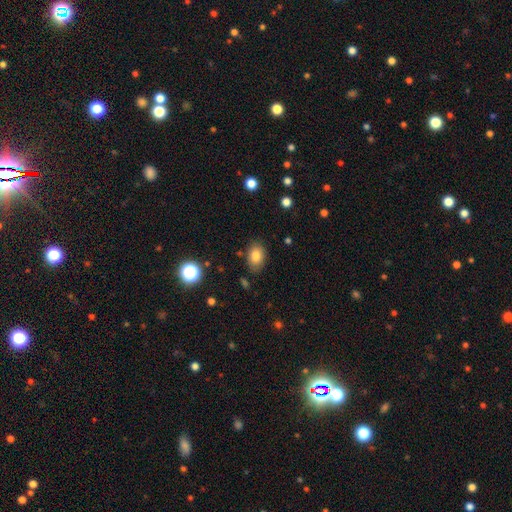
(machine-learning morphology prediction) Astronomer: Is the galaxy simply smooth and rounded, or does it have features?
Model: smooth — 82%.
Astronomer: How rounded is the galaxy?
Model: in between — 80%.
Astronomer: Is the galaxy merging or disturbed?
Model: none — 83%.